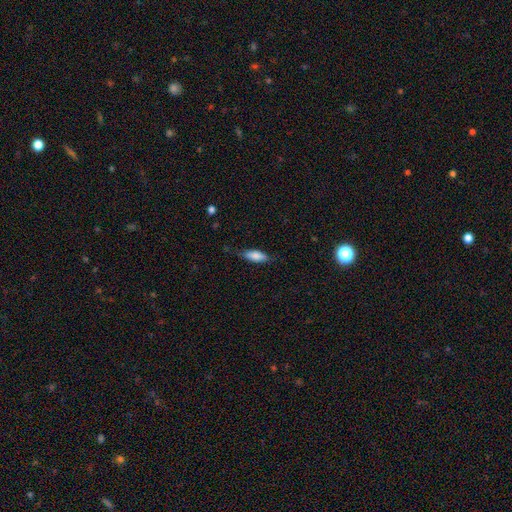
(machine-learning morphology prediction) This appears to be a smooth galaxy with no disk features (76%) that is in between round and cigar-shaped (67%). Merging: none (71%).